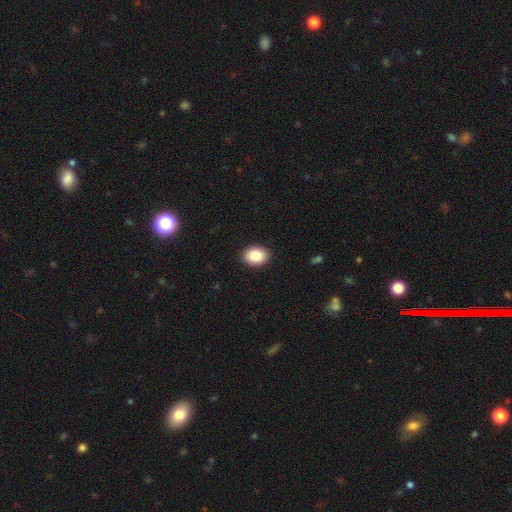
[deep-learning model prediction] This is clearly a smooth galaxy (87%). How rounded: likely in between (73%). Merging: clearly none (91%).